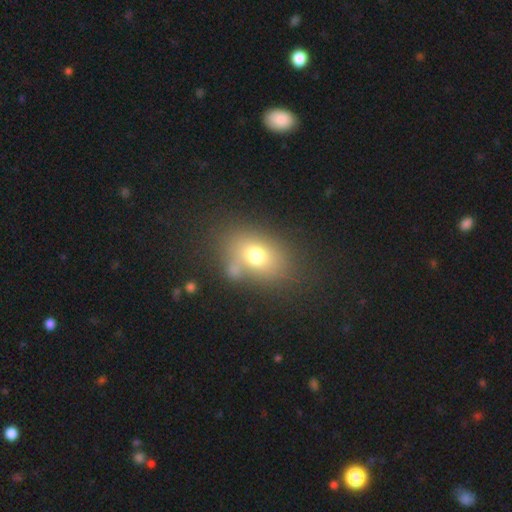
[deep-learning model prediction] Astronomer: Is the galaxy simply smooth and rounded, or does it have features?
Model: smooth — 71%.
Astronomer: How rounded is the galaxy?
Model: in between — 73%.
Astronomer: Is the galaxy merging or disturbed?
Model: none — 65%.